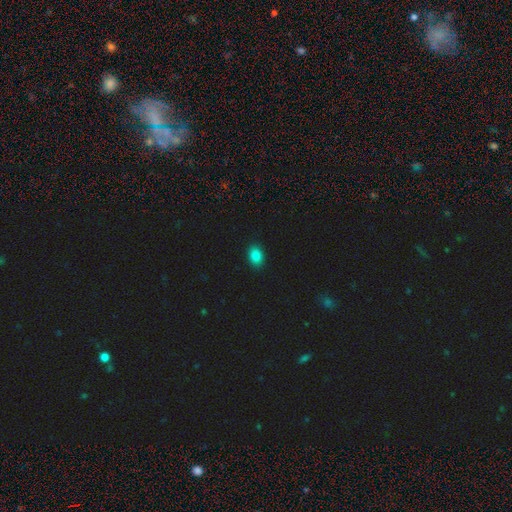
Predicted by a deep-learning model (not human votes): Smooth or featured? smooth (84%)
How rounded? in between (73%)
Merging? none (90%)